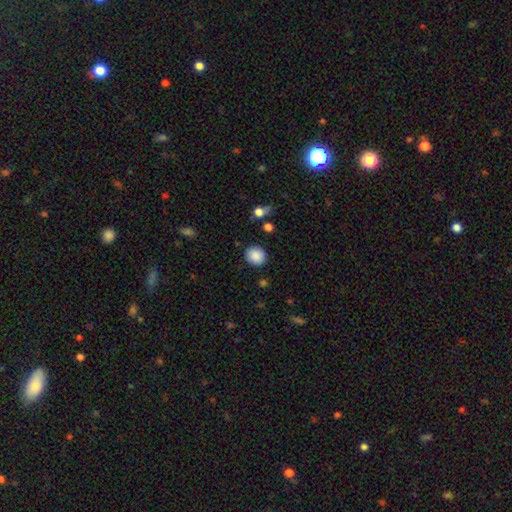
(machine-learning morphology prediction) This appears to be a smooth galaxy with no disk features (88%) that is round (78%). Merging: none (87%).